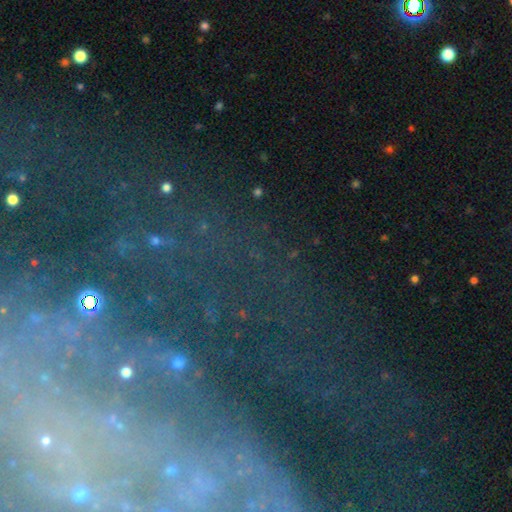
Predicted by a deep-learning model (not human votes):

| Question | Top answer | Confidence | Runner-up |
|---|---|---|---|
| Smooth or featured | star or artifact | 50% | featured or disk (34%) |